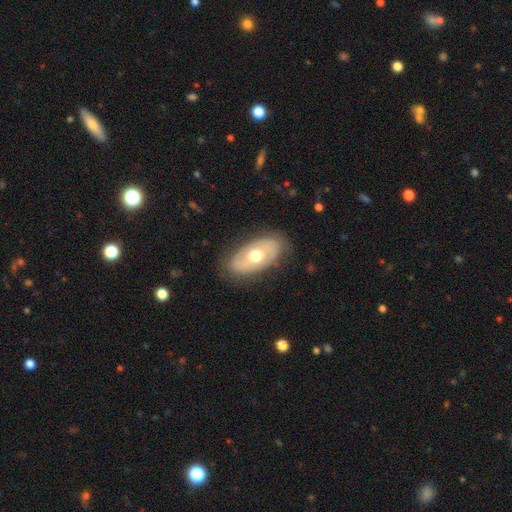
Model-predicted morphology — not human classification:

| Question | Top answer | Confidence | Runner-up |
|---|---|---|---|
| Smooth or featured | featured or disk | 50% | smooth (44%) |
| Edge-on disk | no | 87% | yes (13%) |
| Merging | none | 82% | minor disturbance (13%) |